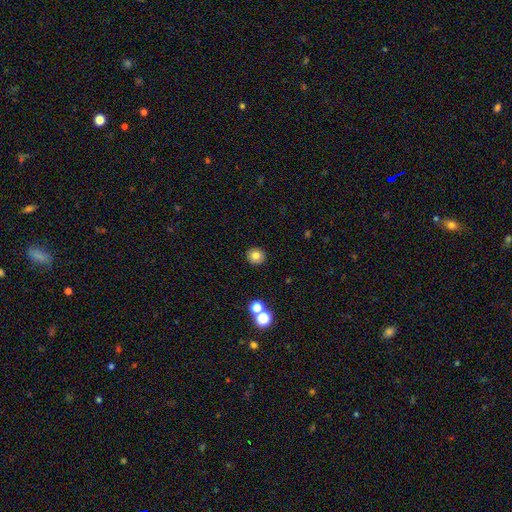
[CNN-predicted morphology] smooth 78%, star or artifact 12%, featured or disk 9%. Down the decision tree: how rounded — round (89%); merging — none (90%).